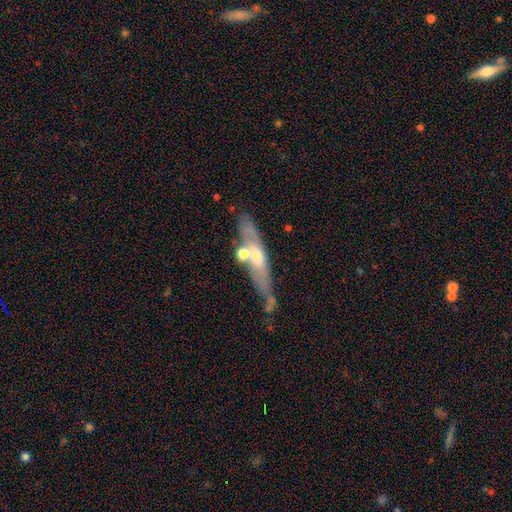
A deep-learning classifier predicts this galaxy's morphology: This appears to be a featured or disk galaxy (52%) viewed edge-on (59%). Merging: none (56%).